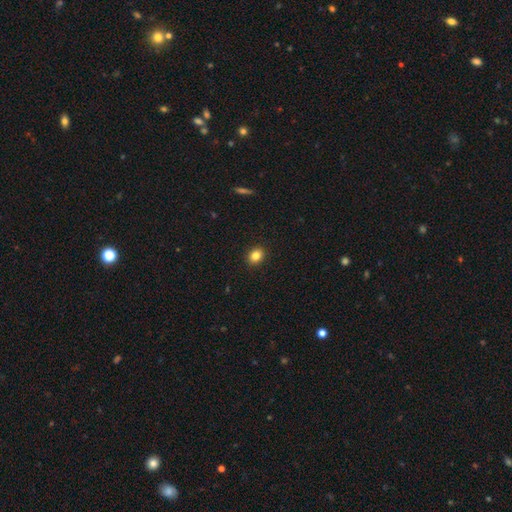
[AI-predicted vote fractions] This is clearly a smooth galaxy (84%). How rounded: possibly round (54%). Merging: clearly none (91%).